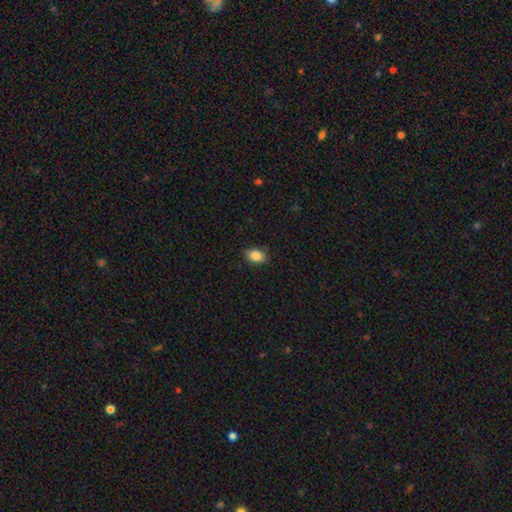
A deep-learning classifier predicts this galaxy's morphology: Smooth or featured?
  - smooth: 87% *
  - star or artifact: 9%
  - featured or disk: 4%
How rounded?
  - in between: 78% *
  - round: 20%
  - cigar-shaped: 1%
Merging?
  - none: 87% *
  - minor disturbance: 10%
  - major disturbance: 2%
  - merger: 1%